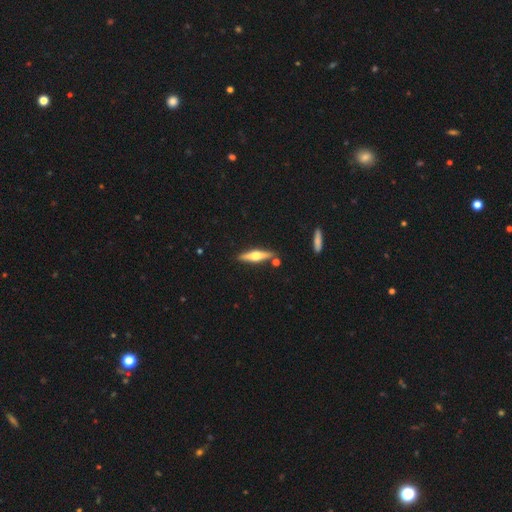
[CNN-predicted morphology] smooth_or_featured: featured or disk (p=0.62) [alt: smooth p=0.32]
disk_edge_on: yes (p=0.96) [alt: no p=0.04]
edge_on_bulge: rounded (p=0.93) [alt: boxy p=0.04]
merging: none (p=0.86) [alt: minor disturbance p=0.08]